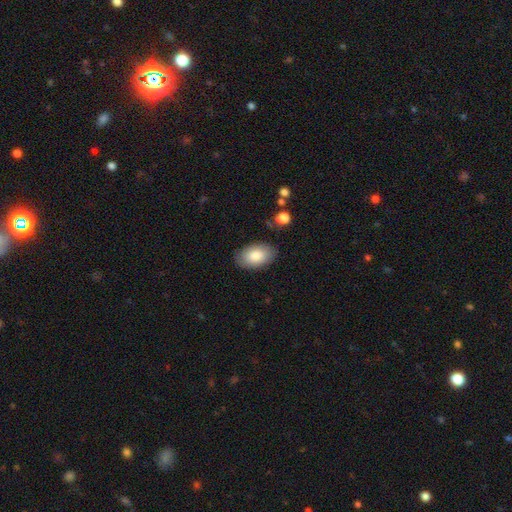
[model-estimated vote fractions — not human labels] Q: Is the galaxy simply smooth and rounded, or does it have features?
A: smooth — 85%.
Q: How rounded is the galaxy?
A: in between — 94%.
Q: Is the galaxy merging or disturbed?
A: none — 85%.